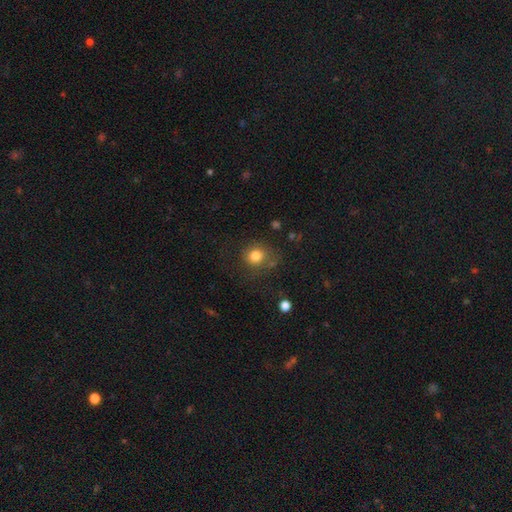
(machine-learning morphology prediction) Smooth or featured?
  - smooth: 80% *
  - star or artifact: 12%
  - featured or disk: 8%
How rounded?
  - round: 83% *
  - in between: 16%
  - cigar-shaped: 1%
Merging?
  - none: 71% *
  - minor disturbance: 17%
  - major disturbance: 8%
  - merger: 4%